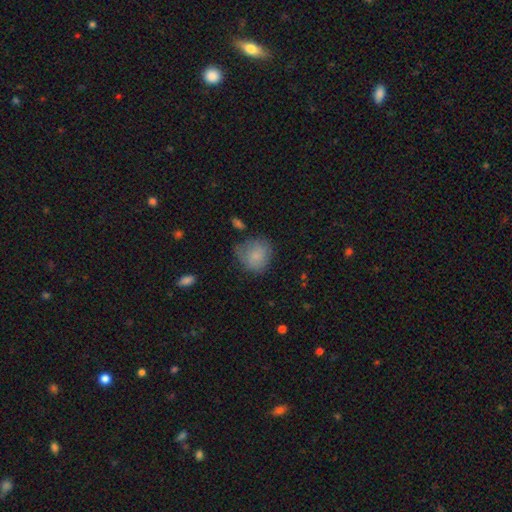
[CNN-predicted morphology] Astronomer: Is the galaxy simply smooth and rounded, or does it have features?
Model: smooth — 79%.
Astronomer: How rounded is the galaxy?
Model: round — 80%.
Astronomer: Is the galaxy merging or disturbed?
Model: none — 59%.